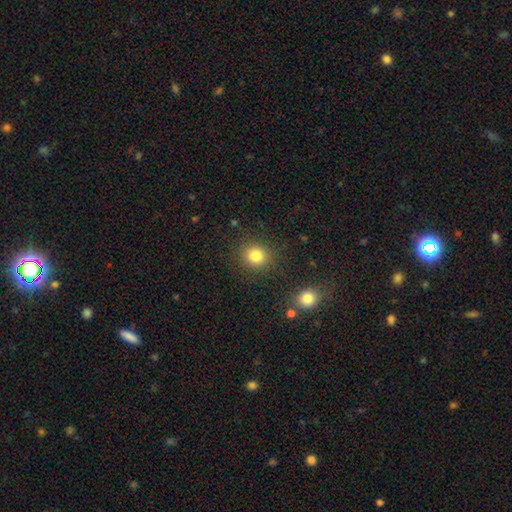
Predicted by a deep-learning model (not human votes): smooth-or-featured: smooth: 82% | star or artifact: 12% | featured or disk: 6%
  how-rounded: round: 85% | in between: 14% | cigar-shaped: 1%
  merging: none: 88% | minor disturbance: 7% | major disturbance: 3% | merger: 2%